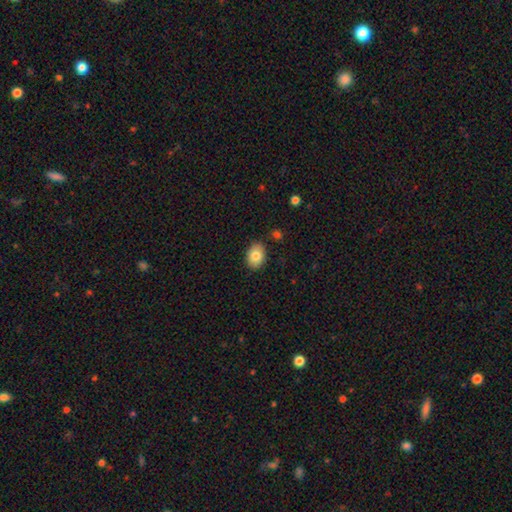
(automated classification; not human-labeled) A smooth galaxy with no disk features (83%) that is in between round and cigar-shaped (76%). Merging: none (86%).